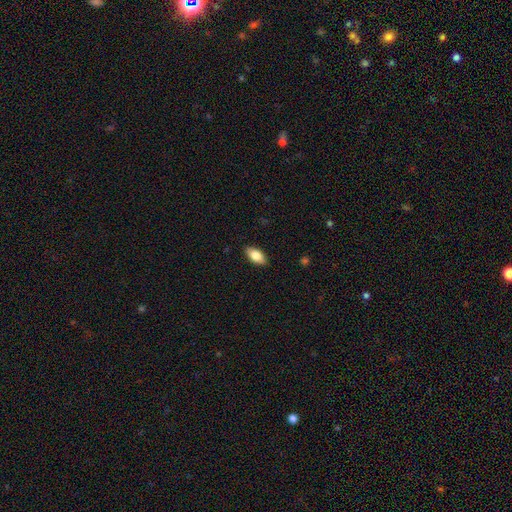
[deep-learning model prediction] Overall: smooth (82%). How rounded: in between (91%). Merging: none (88%).